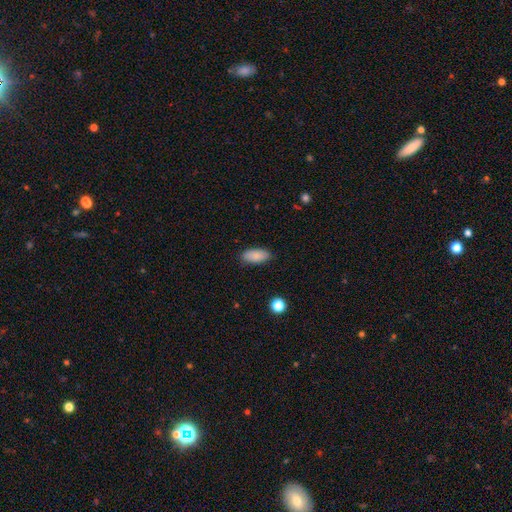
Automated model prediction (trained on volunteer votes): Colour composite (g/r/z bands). It shows a smooth galaxy with no disk features (87%) that is in between round and cigar-shaped (89%). Merging: none (85%).